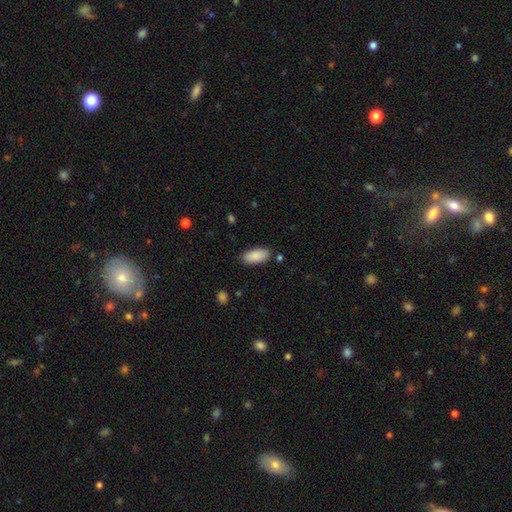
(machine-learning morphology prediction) Smooth or featured? smooth (89%)
How rounded? in between (92%)
Merging? none (85%)